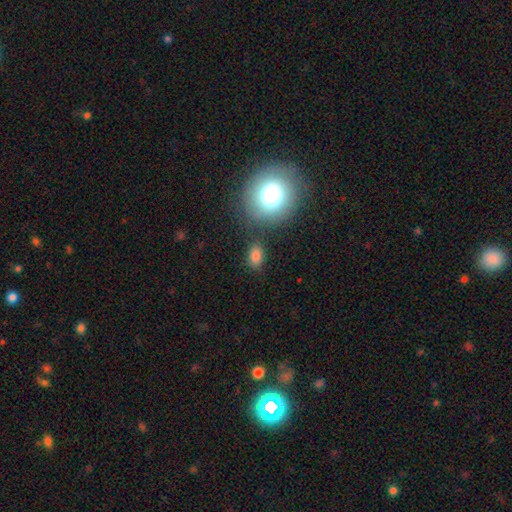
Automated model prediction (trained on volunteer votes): Morphology: type=smooth (81%); roundness=in between (80%); merging=none (76%).